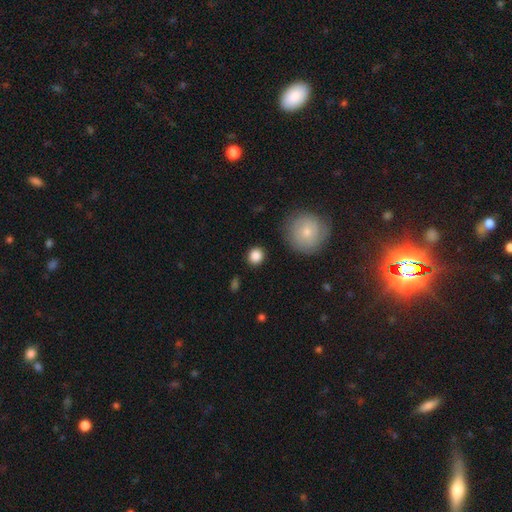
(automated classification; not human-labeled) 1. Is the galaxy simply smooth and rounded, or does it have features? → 86% smooth, 9% star or artifact, 5% featured or disk.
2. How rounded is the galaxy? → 86% round, 13% in between, 1% cigar-shaped.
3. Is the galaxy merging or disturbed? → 88% none, 8% minor disturbance, 2% major disturbance, 2% merger.